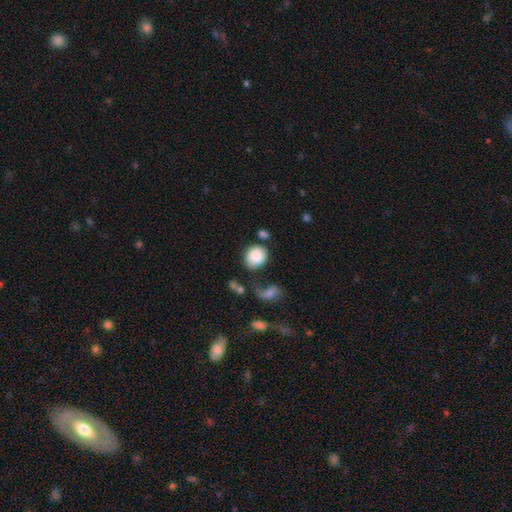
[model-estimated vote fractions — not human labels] Smooth or featured? smooth (85%)
How rounded? round (70%)
Merging? none (57%)